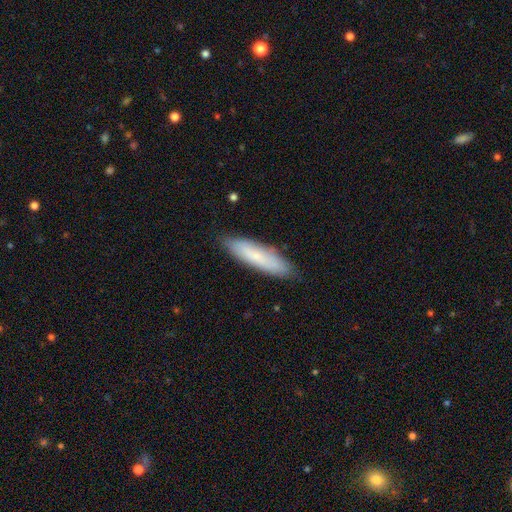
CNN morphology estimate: A smooth galaxy with no disk features (71%) that is cigar-shaped (71%). Merging: none (85%).